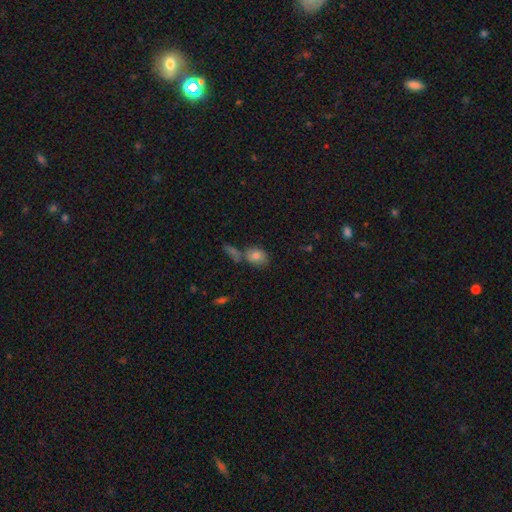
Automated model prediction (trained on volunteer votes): Smooth or featured? Predicted: smooth (p=0.79). How rounded? Predicted: in between (p=0.59). Merging? Predicted: none (p=0.53).